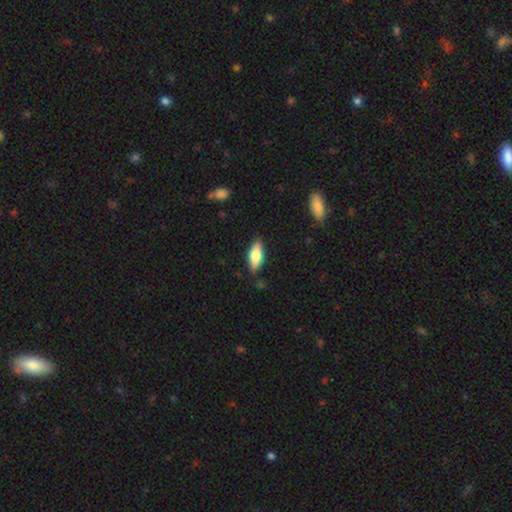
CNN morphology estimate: The model was most divided on "smooth or featured": smooth: 68%, featured or disk: 26%, star or artifact: 6%. More confident: merging — none (83%); how rounded — in between (75%).